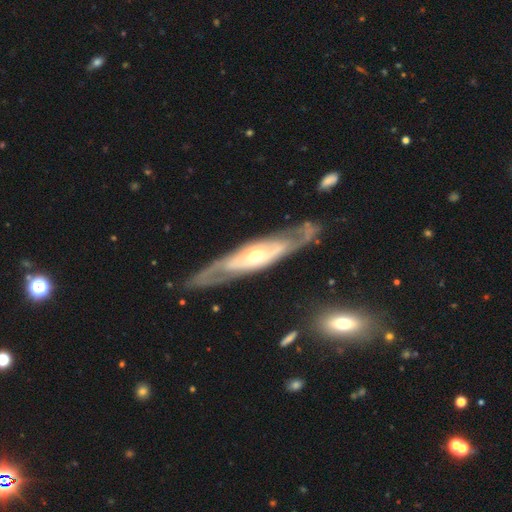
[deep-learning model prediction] Overall: featured or disk (81%). Edge-on disk: no (70%). Bar: no (74%). Spiral arms: yes (60%; no 40%). Bulge size: moderate (63%; small 27%). Merging: none (77%).